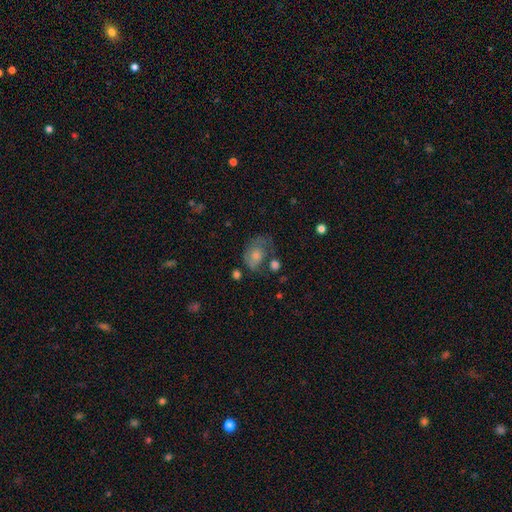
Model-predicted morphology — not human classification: This is possibly a smooth galaxy (59%). How rounded: likely in between (67%). Merging: marginally major disturbance (34%).